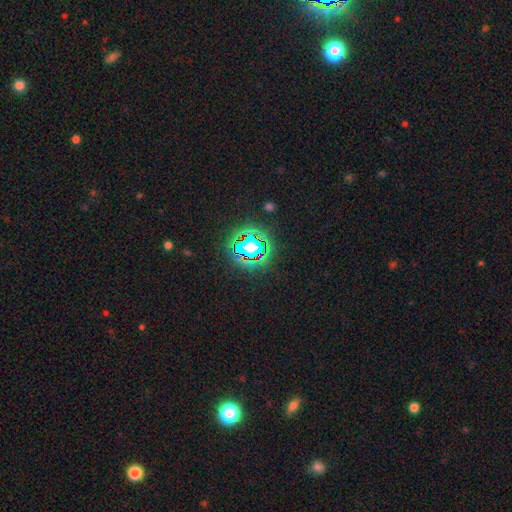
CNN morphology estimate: A star or artifact, not a galaxy (81%).

Vote fractions:
- Smooth or featured? star or artifact: 81% / smooth: 12% / featured or disk: 7%